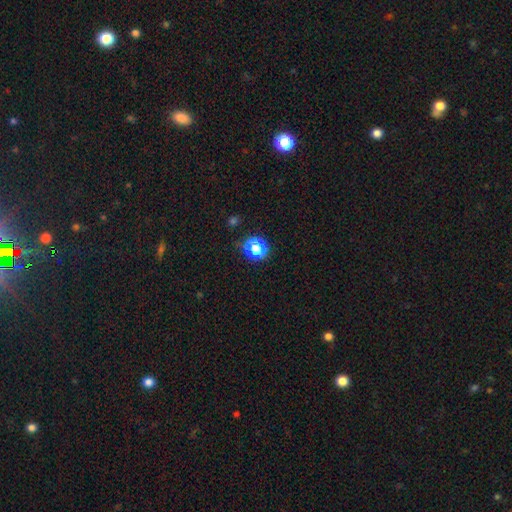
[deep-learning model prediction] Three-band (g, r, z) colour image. It shows a smooth galaxy with no disk features (57%) that is round (76%). Merging: none (86%).